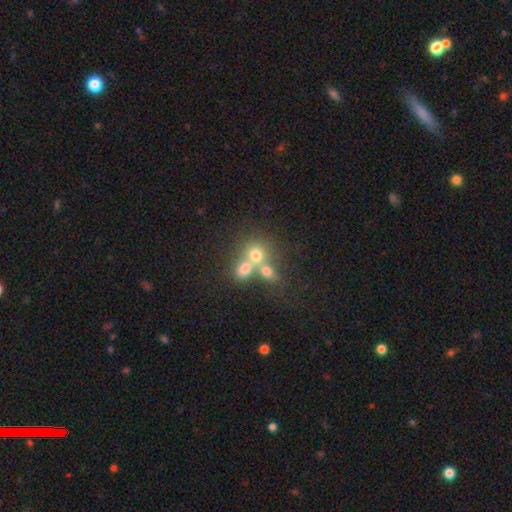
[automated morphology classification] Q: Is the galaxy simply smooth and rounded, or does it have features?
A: smooth — 65%.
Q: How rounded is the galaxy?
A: round — 66%.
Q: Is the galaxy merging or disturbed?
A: merger — 57%.